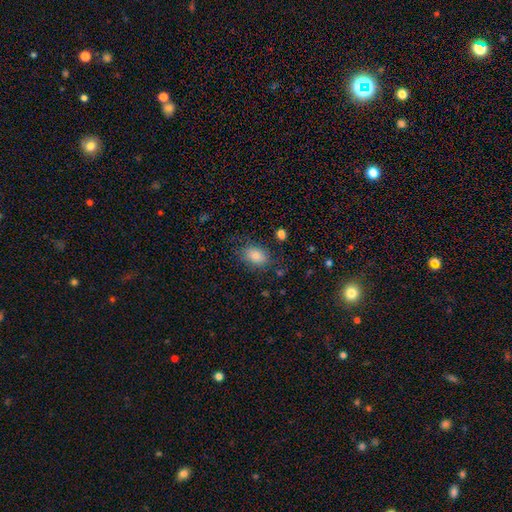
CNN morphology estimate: A smooth galaxy with no disk features (81%) that is in between round and cigar-shaped (84%). Merging: none (77%).